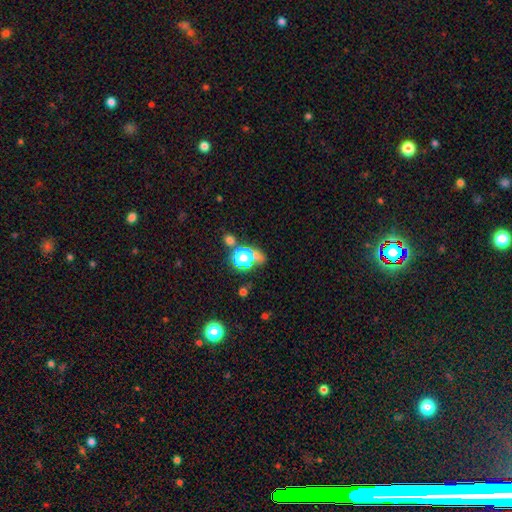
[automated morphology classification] A smooth galaxy with no disk features (55%) that is round (72%). Merging: none (53%).